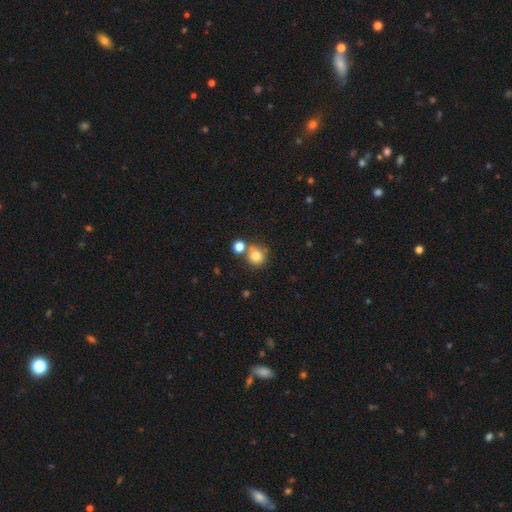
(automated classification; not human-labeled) Smooth or featured? Predicted: smooth (p=0.80). How rounded? Predicted: round (p=0.86). Merging? Predicted: none (p=0.58).